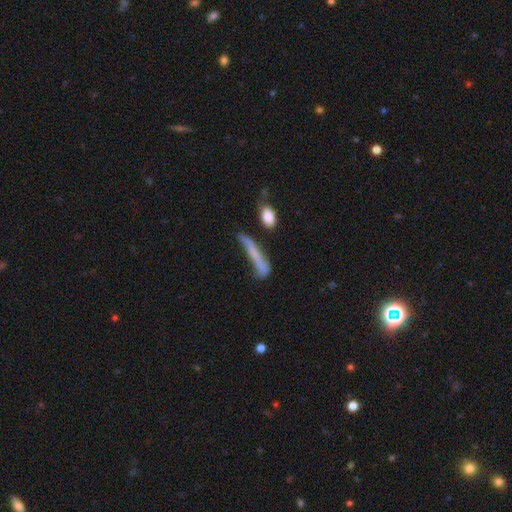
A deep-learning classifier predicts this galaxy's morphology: Smooth or featured: smooth — 57% (featured or disk — 32%)
How rounded: cigar-shaped — 87% (in between — 10%)
Merging: none — 42% (minor disturbance — 25%)